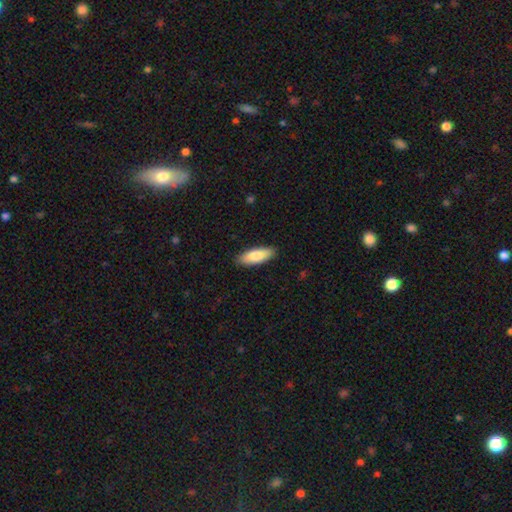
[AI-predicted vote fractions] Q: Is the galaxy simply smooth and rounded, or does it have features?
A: smooth — 82%.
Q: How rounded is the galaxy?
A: in between — 67%.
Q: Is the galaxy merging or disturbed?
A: none — 88%.